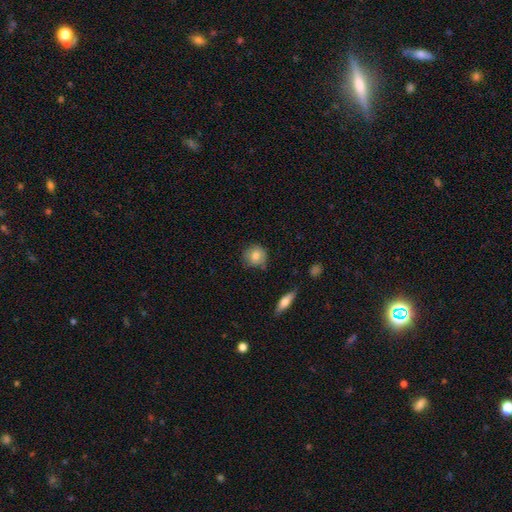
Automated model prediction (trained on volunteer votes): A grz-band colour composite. It shows a smooth galaxy with no disk features (77%) that is round (86%). Merging: none (76%).